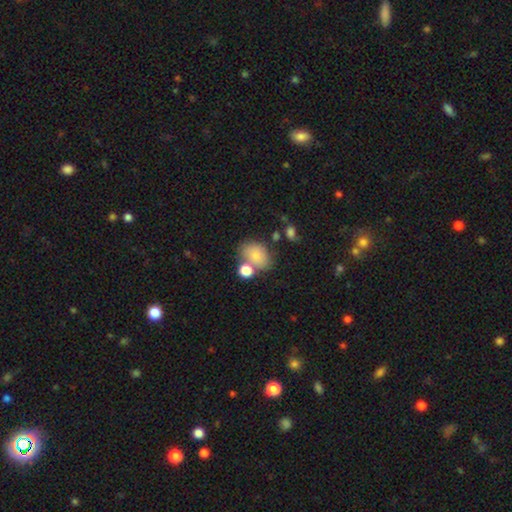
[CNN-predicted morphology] A smooth galaxy with no disk features (77%) that is in between round and cigar-shaped (67%).

Vote fractions:
- Smooth or featured? smooth: 77% / featured or disk: 13% / star or artifact: 10%
- How rounded? in between: 67% / round: 32% / cigar-shaped: 1%
- Merging? none: 55% / merger: 23% / minor disturbance: 16% / major disturbance: 6%